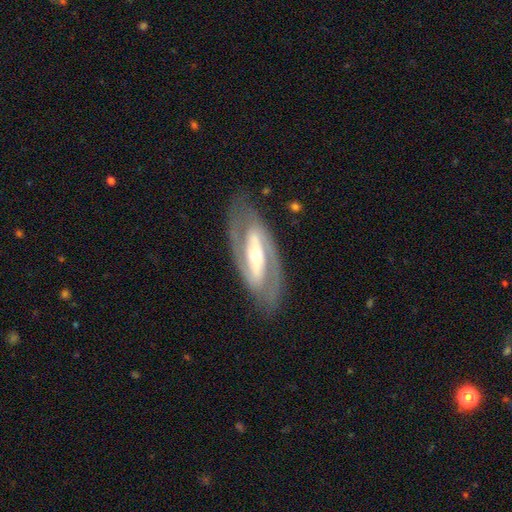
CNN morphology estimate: Smooth or featured: featured or disk — 86% (smooth — 10%)
Edge-on disk: no — 90% (yes — 10%)
Bar: strong — 67% (weak — 19%)
Spiral arms: yes — 86% (no — 14%)
Spiral winding: medium — 48% (tight — 37%)
Spiral arm count: 2 — 89% (can't tell — 6%)
Bulge size: moderate — 57% (small — 34%)
Merging: none — 82% (minor disturbance — 12%)